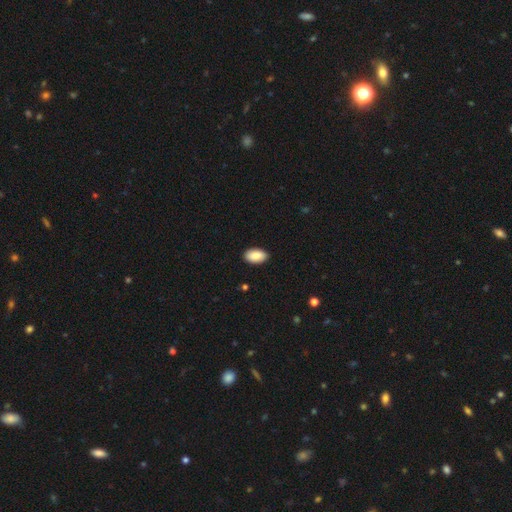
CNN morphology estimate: smooth_or_featured: smooth (p=0.89) [alt: star or artifact p=0.06]
how_rounded: in between (p=0.95) [alt: round p=0.03]
merging: none (p=0.89) [alt: minor disturbance p=0.08]